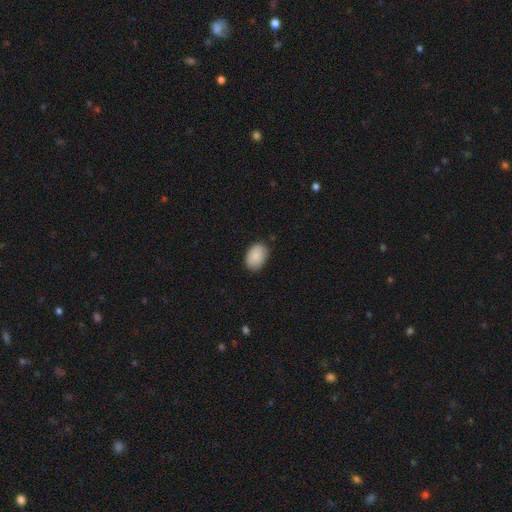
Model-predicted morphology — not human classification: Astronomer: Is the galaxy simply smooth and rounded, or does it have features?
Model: smooth — 89%.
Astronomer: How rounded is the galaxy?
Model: in between — 84%.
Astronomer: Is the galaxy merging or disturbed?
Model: none — 82%.